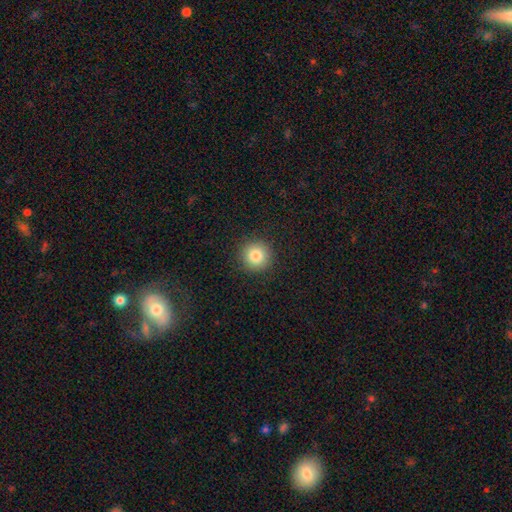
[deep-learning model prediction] Smooth or featured: smooth — 83% (star or artifact — 10%)
How rounded: round — 95% (in between — 4%)
Merging: none — 91% (minor disturbance — 6%)